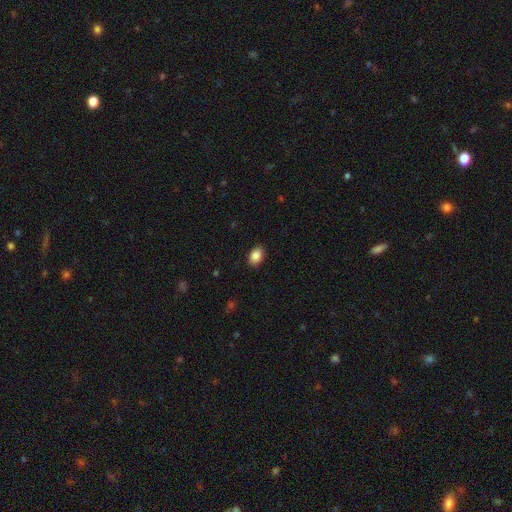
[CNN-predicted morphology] Smooth or featured? smooth (87%)
How rounded? in between (79%)
Merging? none (88%)